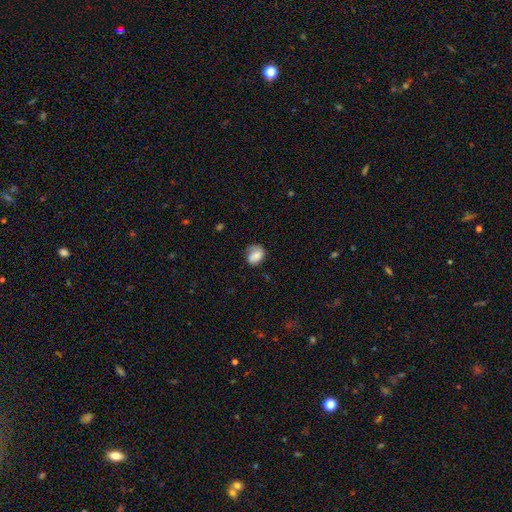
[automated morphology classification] smooth 74%, featured or disk 18%, star or artifact 8%. Down the decision tree: how rounded — in between (52%); merging — none (50%).